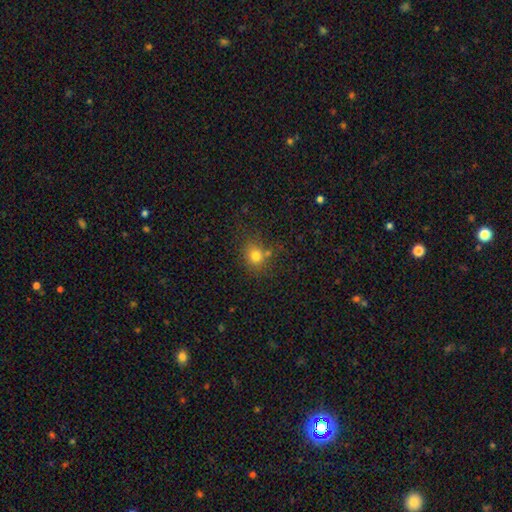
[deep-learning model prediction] The model was most divided on "how rounded": round: 75%, in between: 24%, cigar-shaped: 1%. More confident: smooth or featured — smooth (76%); merging — none (68%).